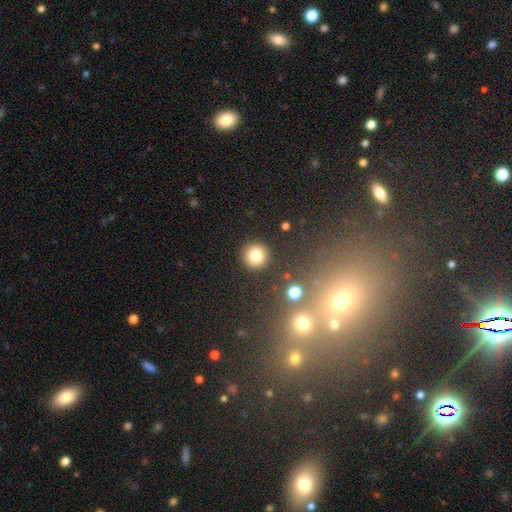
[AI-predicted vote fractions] A smooth galaxy with no disk features (80%) that is round (94%).

Vote fractions:
- Smooth or featured? smooth: 80% / star or artifact: 13% / featured or disk: 7%
- How rounded? round: 94% / in between: 5% / cigar-shaped: 1%
- Merging? none: 90% / minor disturbance: 6% / major disturbance: 2% / merger: 2%